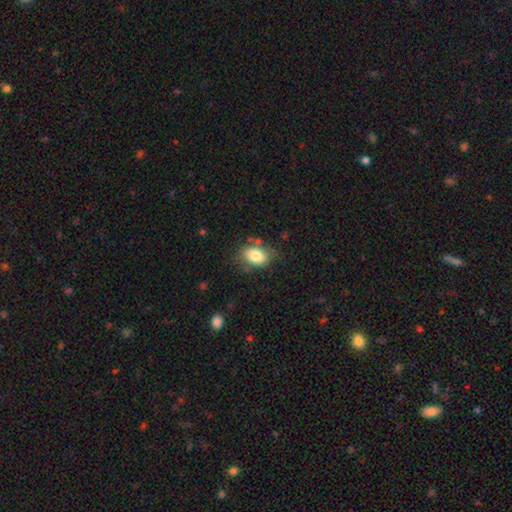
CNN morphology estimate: A smooth galaxy with no disk features (81%) that is in between round and cigar-shaped (81%).

Vote fractions:
- Smooth or featured? smooth: 81% / featured or disk: 11% / star or artifact: 8%
- How rounded? in between: 81% / round: 18% / cigar-shaped: 1%
- Merging? none: 70% / minor disturbance: 20% / major disturbance: 6% / merger: 5%